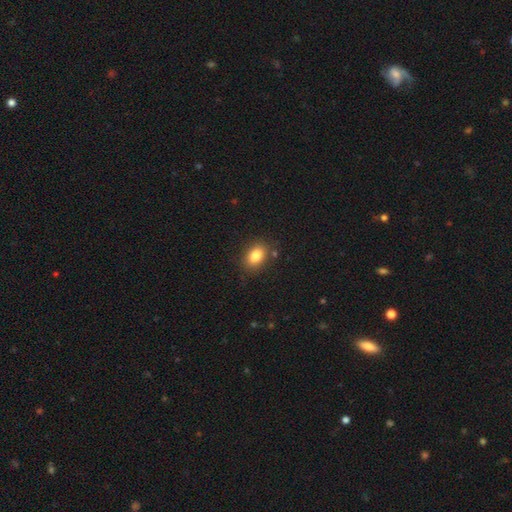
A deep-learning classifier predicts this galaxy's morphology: smooth-or-featured: smooth: 84% | star or artifact: 9% | featured or disk: 7%
  how-rounded: in between: 81% | round: 17% | cigar-shaped: 2%
  merging: none: 83% | minor disturbance: 11% | major disturbance: 3% | merger: 3%